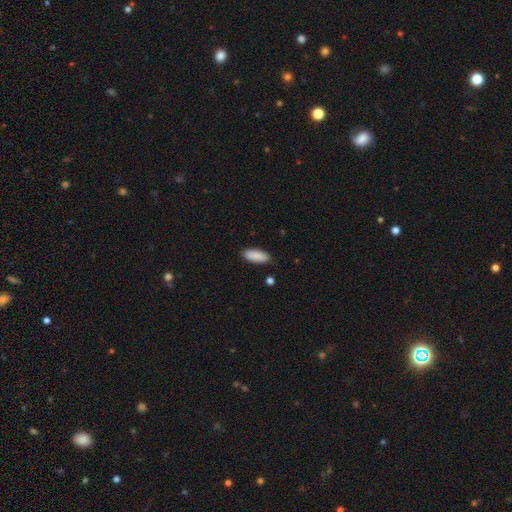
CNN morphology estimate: Smooth or featured: smooth — 90% (star or artifact — 6%)
How rounded: in between — 77% (cigar-shaped — 21%)
Merging: none — 88% (minor disturbance — 9%)